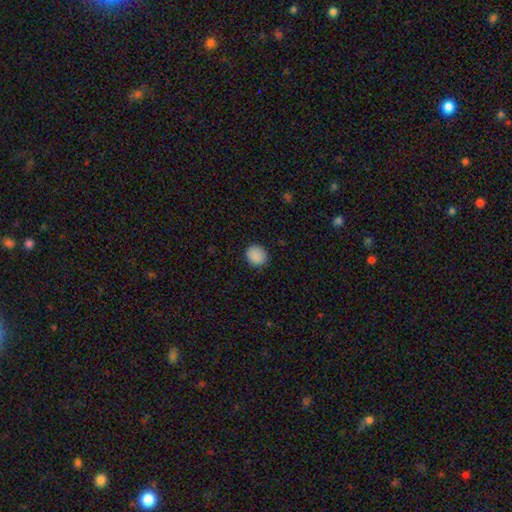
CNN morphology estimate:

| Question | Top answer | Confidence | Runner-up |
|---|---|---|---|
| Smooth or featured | smooth | 88% | star or artifact (9%) |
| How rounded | round | 75% | in between (24%) |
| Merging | none | 87% | minor disturbance (10%) |